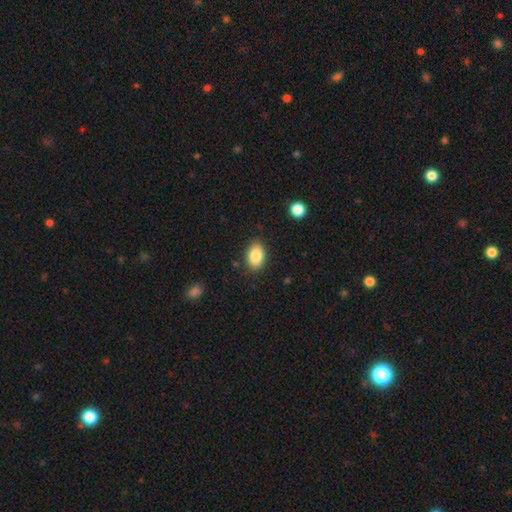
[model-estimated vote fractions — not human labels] Morphology: type=smooth (87%); roundness=in between (89%); merging=none (85%).